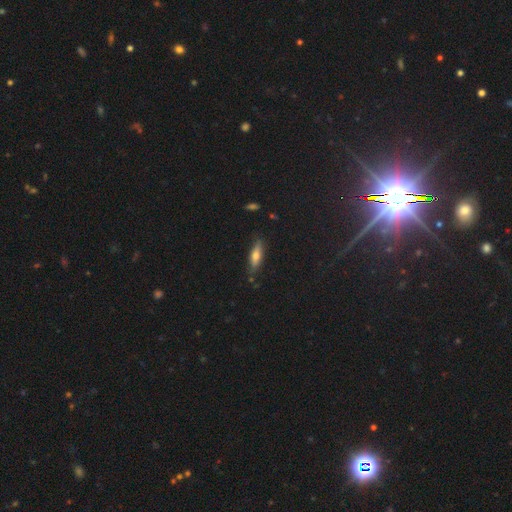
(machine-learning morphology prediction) A smooth galaxy with no disk features (56%) that is cigar-shaped (62%). Merging: none (81%).